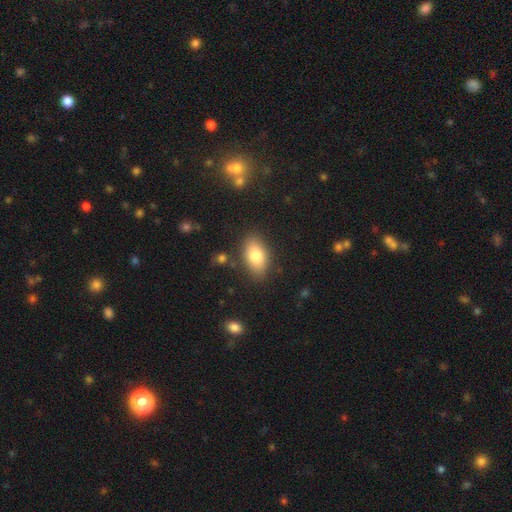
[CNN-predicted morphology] smooth_or_featured: smooth (p=0.81) [alt: featured or disk p=0.12]
how_rounded: in between (p=0.91) [alt: round p=0.06]
merging: none (p=0.82) [alt: minor disturbance p=0.12]